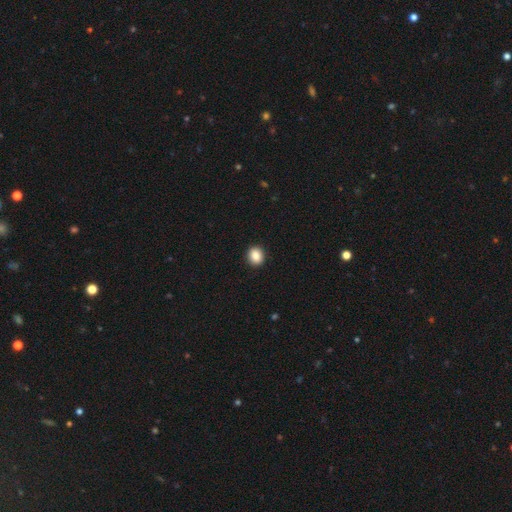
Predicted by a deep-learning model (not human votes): Overall: smooth (87%). How rounded: round (72%). Merging: none (92%).